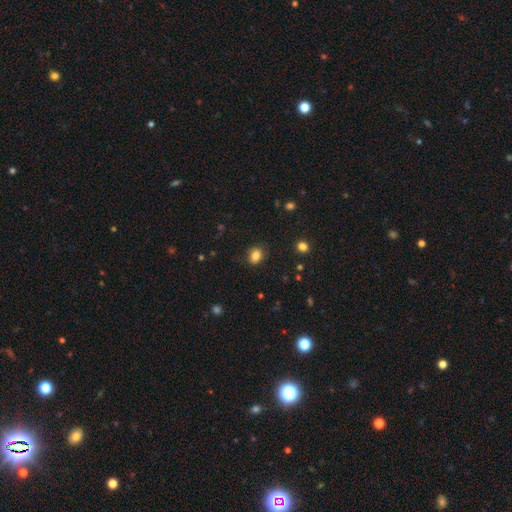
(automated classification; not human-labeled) smooth_or_featured: smooth (p=0.84) [alt: star or artifact p=0.11]
how_rounded: in between (p=0.65) [alt: round p=0.34]
merging: none (p=0.82) [alt: minor disturbance p=0.13]